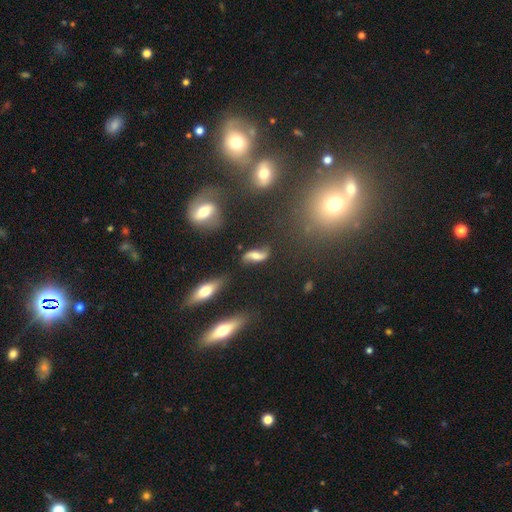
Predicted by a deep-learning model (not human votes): Smooth or featured? featured or disk (56%)
Edge-on disk? no (87%)
Merging? none (64%)